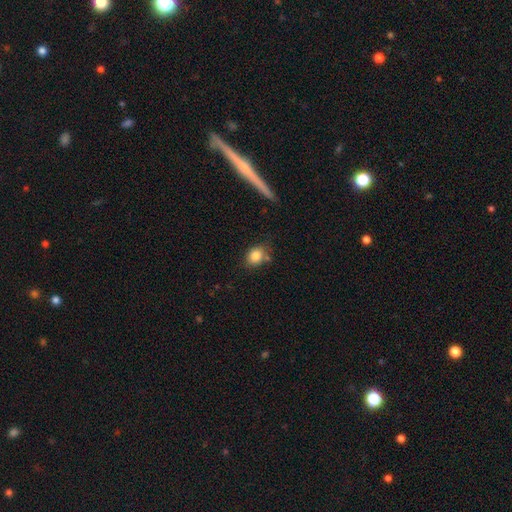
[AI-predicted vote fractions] A smooth galaxy with no disk features (82%) that is round (51%). Merging: none (69%).